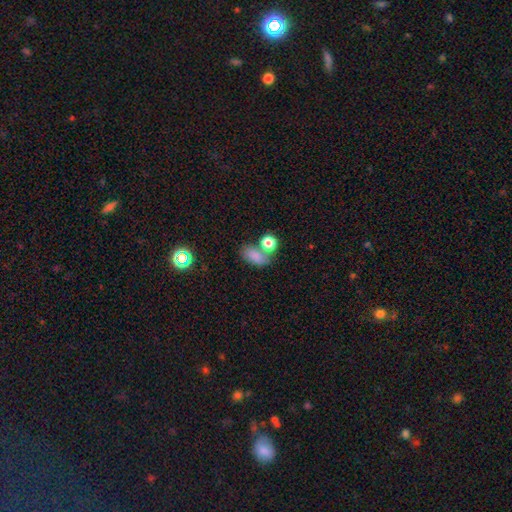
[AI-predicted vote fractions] smooth-or-featured: smooth: 78% | star or artifact: 13% | featured or disk: 8%
  how-rounded: in between: 82% | round: 15% | cigar-shaped: 3%
  merging: none: 49% | merger: 30% | minor disturbance: 14% | major disturbance: 7%